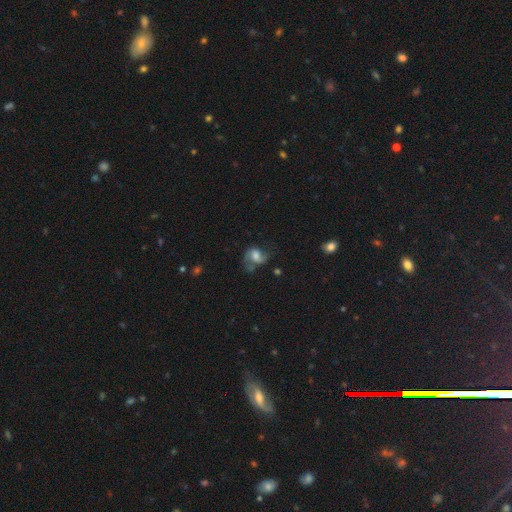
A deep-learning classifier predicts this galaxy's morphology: type=featured or disk (54%); edge-on=no (97%); bar=no (57%); spiral arms=yes (81%); bulge=moderate (38%); merging=none (41%).